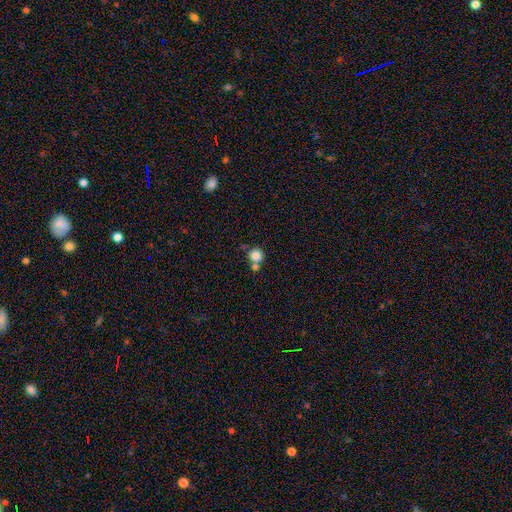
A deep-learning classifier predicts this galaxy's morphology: A smooth galaxy with no disk features (83%) that is round (92%). Merging: none (57%).